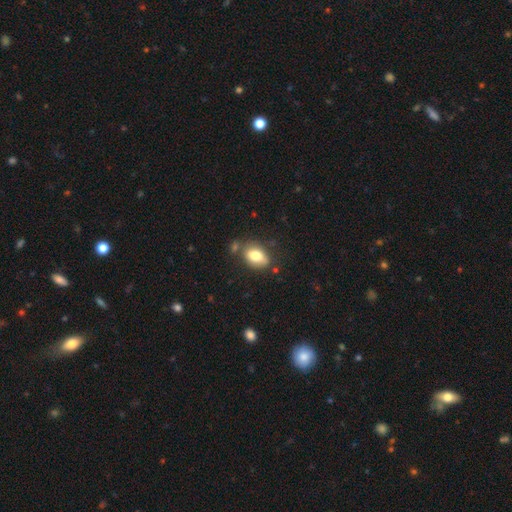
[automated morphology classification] Smooth or featured: smooth — 78% (featured or disk — 14%)
How rounded: in between — 84% (round — 15%)
Merging: none — 66% (minor disturbance — 18%)